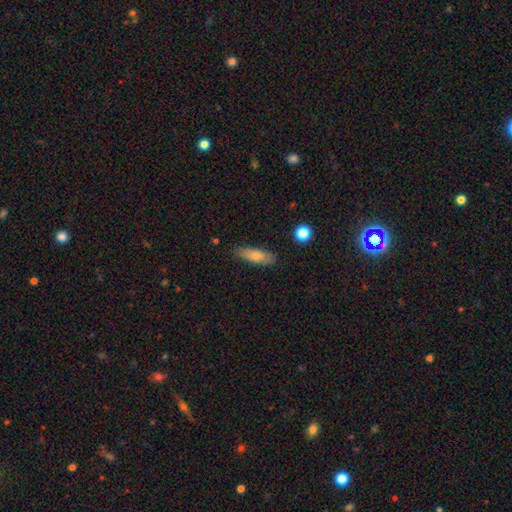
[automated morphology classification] smooth_or_featured: smooth (p=0.77) [alt: featured or disk p=0.17]
how_rounded: in between (p=0.50) [alt: cigar-shaped p=0.48]
merging: none (p=0.84) [alt: minor disturbance p=0.12]